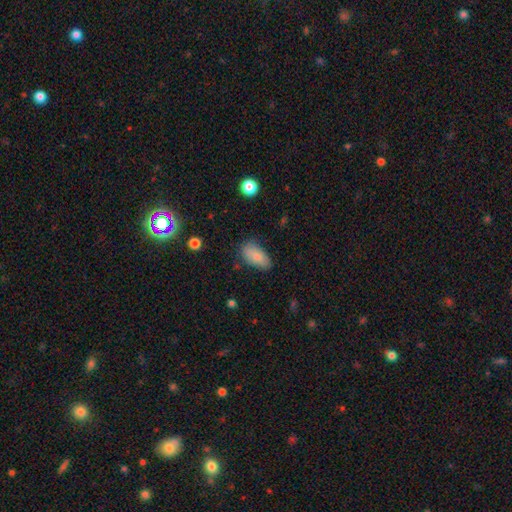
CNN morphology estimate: This is clearly a smooth galaxy (82%). How rounded: clearly in between (91%). Merging: likely none (76%).